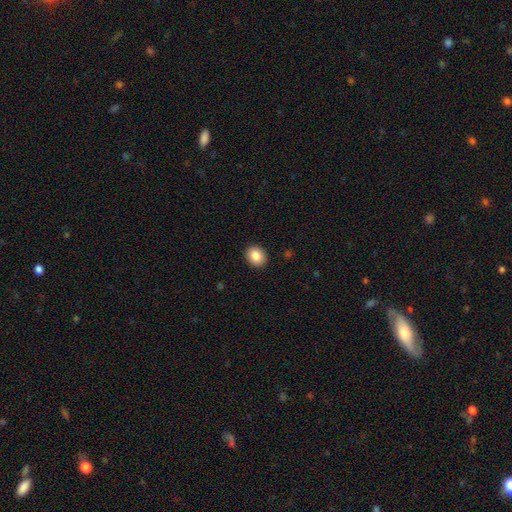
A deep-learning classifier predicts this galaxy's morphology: Smooth or featured? smooth (86%)
How rounded? round (56%)
Merging? none (91%)